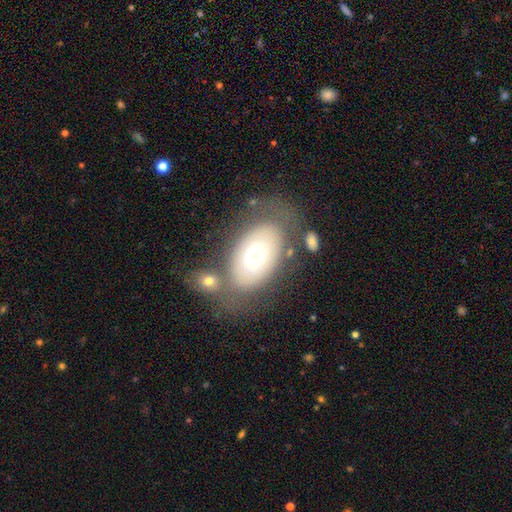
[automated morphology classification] This appears to be a smooth galaxy with no disk features (56%) that is in between round and cigar-shaped (88%). Merging: none (58%).